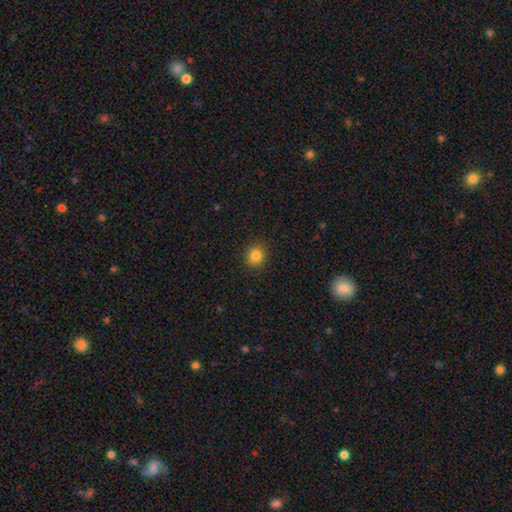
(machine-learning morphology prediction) A smooth galaxy with no disk features (83%) that is round (80%).

Vote fractions:
- Smooth or featured? smooth: 83% / star or artifact: 11% / featured or disk: 5%
- How rounded? round: 80% / in between: 19% / cigar-shaped: 1%
- Merging? none: 90% / minor disturbance: 7% / major disturbance: 2% / merger: 1%